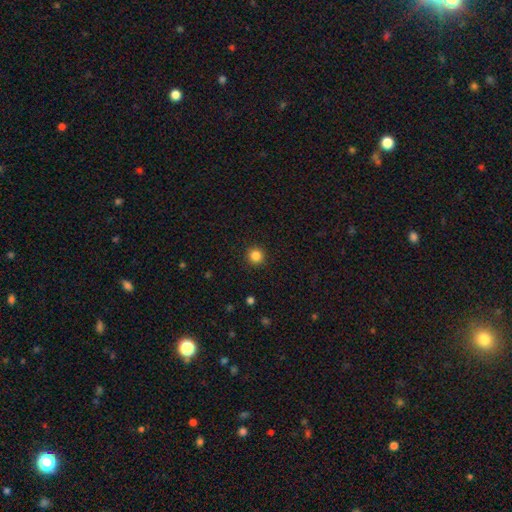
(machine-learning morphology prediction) Smooth or featured? smooth (85%)
How rounded? round (94%)
Merging? none (92%)